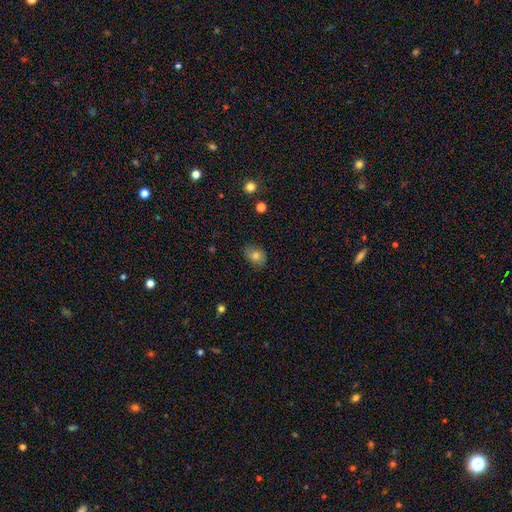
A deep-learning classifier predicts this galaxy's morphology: This is likely a smooth galaxy (76%). How rounded: likely in between (69%). Merging: likely none (76%).